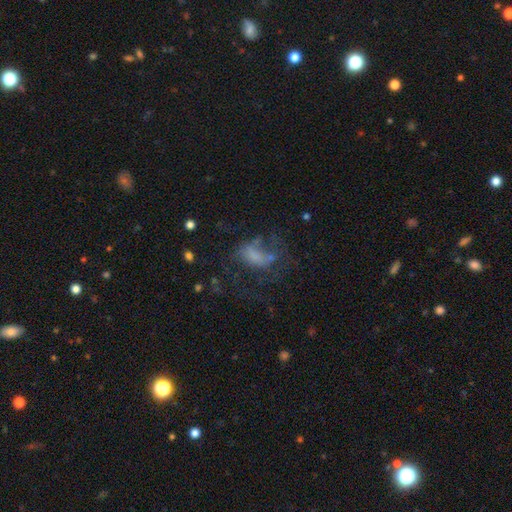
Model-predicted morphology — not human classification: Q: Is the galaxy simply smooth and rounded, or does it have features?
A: featured or disk — 46%.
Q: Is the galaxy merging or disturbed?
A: major disturbance — 45%.